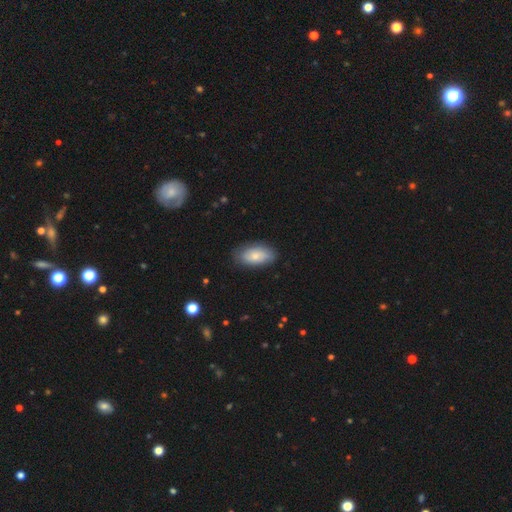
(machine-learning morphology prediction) Smooth or featured: smooth — 73% (featured or disk — 21%)
How rounded: in between — 93% (cigar-shaped — 4%)
Merging: none — 79% (minor disturbance — 17%)